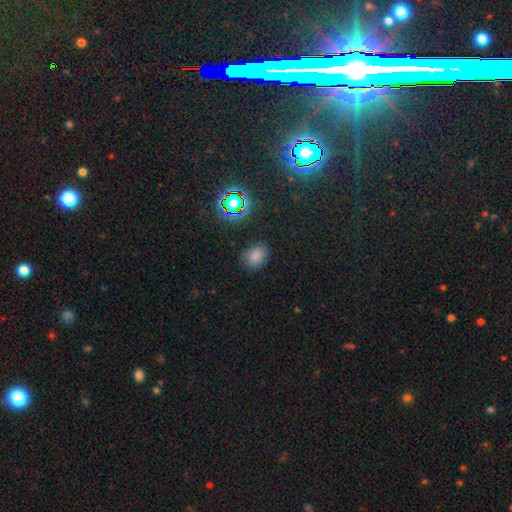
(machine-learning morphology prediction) A smooth galaxy with no disk features (76%) that is in between round and cigar-shaped (60%).

Vote fractions:
- Smooth or featured? smooth: 76% / star or artifact: 17% / featured or disk: 7%
- How rounded? in between: 60% / round: 39% / cigar-shaped: 1%
- Merging? none: 78% / minor disturbance: 16% / major disturbance: 4% / merger: 2%